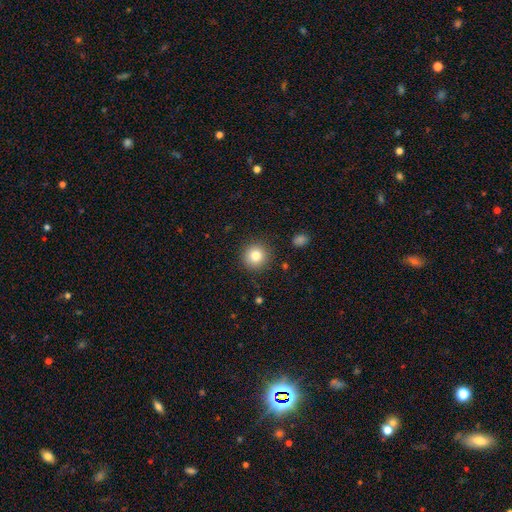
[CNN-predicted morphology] A smooth galaxy with no disk features (82%) that is round (94%).

Vote fractions:
- Smooth or featured? smooth: 82% / star or artifact: 10% / featured or disk: 8%
- How rounded? round: 94% / in between: 5% / cigar-shaped: 1%
- Merging? none: 89% / minor disturbance: 7% / major disturbance: 2% / merger: 1%